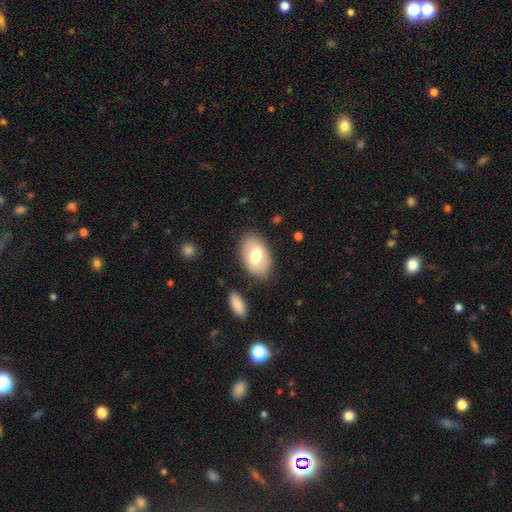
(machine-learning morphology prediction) Smooth or featured?
  - smooth: 64% *
  - featured or disk: 29%
  - star or artifact: 6%
How rounded?
  - in between: 90% *
  - round: 8%
  - cigar-shaped: 1%
Merging?
  - none: 80% *
  - minor disturbance: 13%
  - major disturbance: 4%
  - merger: 3%